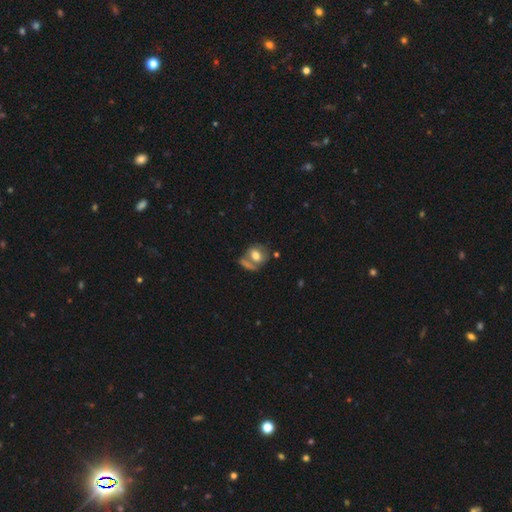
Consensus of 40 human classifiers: Morphology: type=smooth (62%); roundness=round (60%); merging=none (53%).